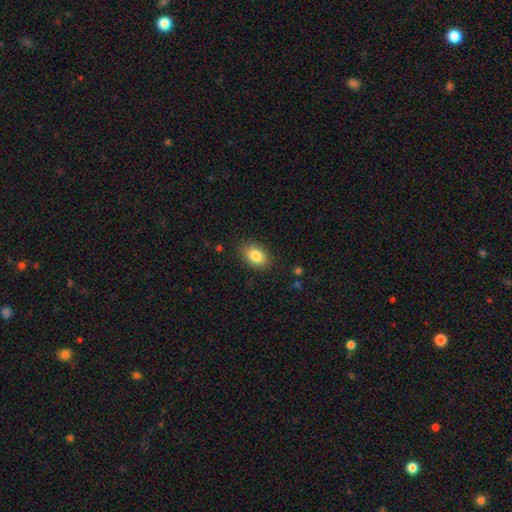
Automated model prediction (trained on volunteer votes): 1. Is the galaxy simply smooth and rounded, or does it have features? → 85% smooth, 8% star or artifact, 7% featured or disk.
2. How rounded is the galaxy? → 85% in between, 14% round, 1% cigar-shaped.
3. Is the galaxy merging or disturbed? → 85% none, 11% minor disturbance, 3% major disturbance, 1% merger.